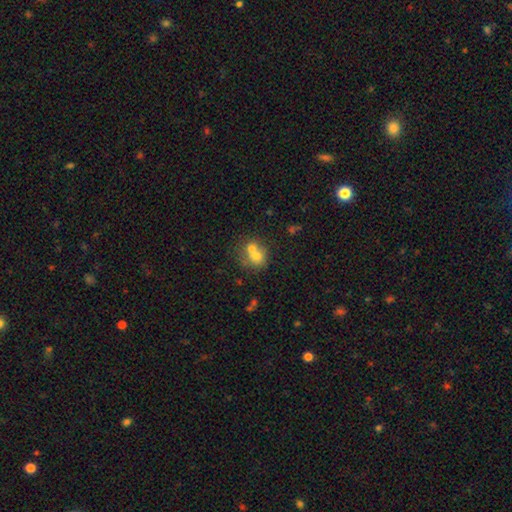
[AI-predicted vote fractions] Smooth or featured?
  - smooth: 65% *
  - featured or disk: 23%
  - star or artifact: 12%
How rounded?
  - round: 71% *
  - in between: 28%
  - cigar-shaped: 1%
Merging?
  - merger: 60% *
  - none: 30%
  - minor disturbance: 7%
  - major disturbance: 4%